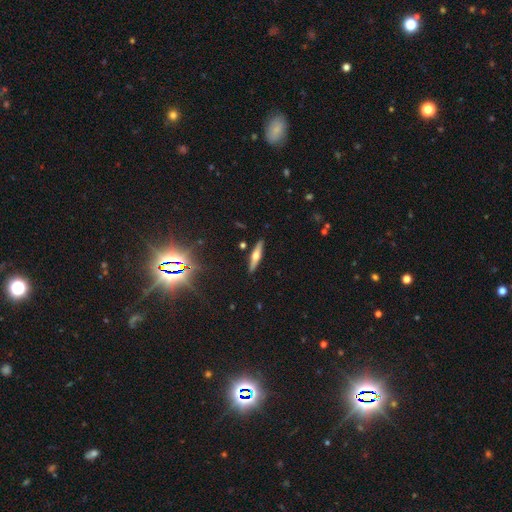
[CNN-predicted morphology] A featured or disk galaxy (54%) viewed edge-on (94%) with a rounded central bulge (91%).

Vote fractions:
- Smooth or featured? featured or disk: 54% / smooth: 37% / star or artifact: 9%
- Edge-on disk? yes: 94% / no: 6%
- Edge-on bulge? rounded: 91% / boxy: 5% / none: 4%
- Merging? none: 89% / minor disturbance: 7% / merger: 2% / major disturbance: 2%